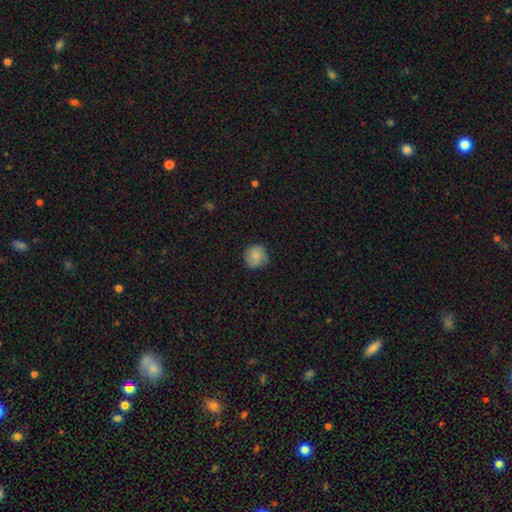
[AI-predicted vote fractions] Smooth or featured? smooth (74%)
How rounded? round (89%)
Merging? none (74%)